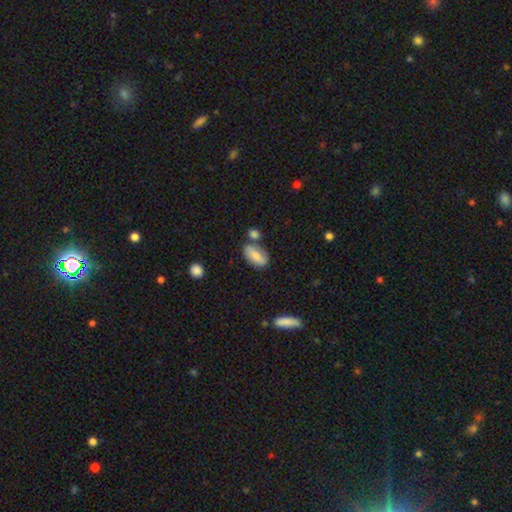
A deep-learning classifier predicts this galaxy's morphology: This appears to be a smooth galaxy with no disk features (76%) that is in between round and cigar-shaped (90%). Merging: none (60%).